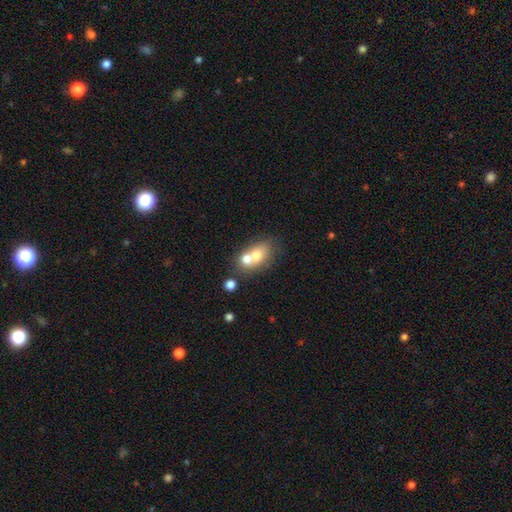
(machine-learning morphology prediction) smooth 67%, featured or disk 23%, star or artifact 10%. Down the decision tree: how rounded — in between (66%); merging — merger (54%).